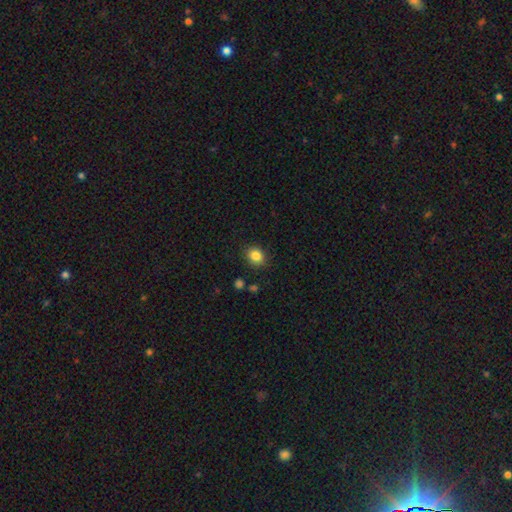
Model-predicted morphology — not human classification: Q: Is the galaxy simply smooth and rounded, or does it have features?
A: smooth — 85%.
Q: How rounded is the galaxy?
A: round — 64%.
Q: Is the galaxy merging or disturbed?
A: none — 86%.